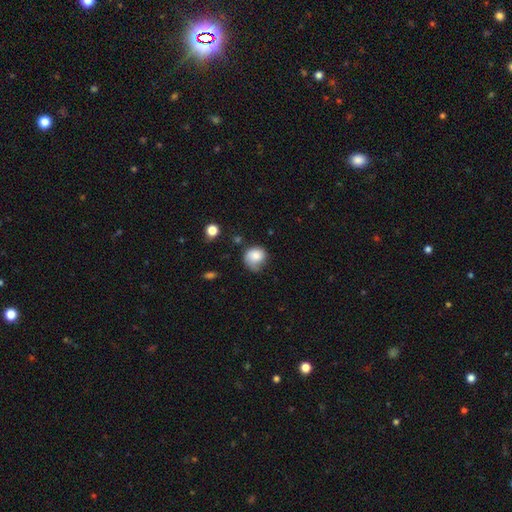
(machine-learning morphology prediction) This is likely a smooth galaxy (74%). How rounded: likely round (75%). Merging: marginally none (45%).